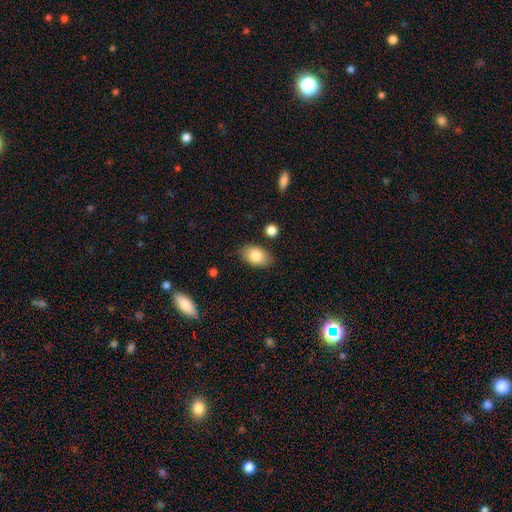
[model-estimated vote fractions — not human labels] The model was most divided on "smooth or featured": smooth: 82%, featured or disk: 11%, star or artifact: 7%. More confident: how rounded — in between (90%); merging — none (84%).